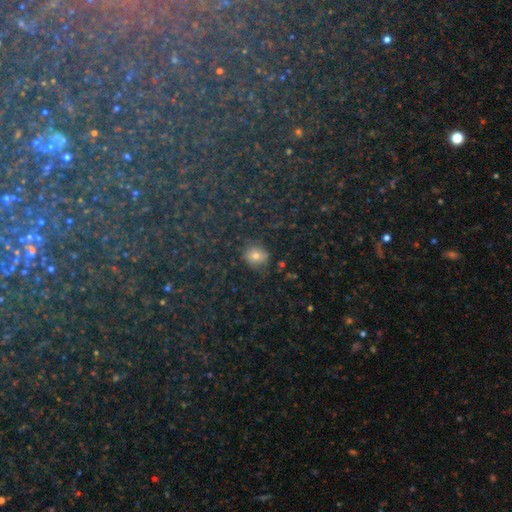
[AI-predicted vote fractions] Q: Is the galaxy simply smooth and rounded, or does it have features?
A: smooth — 53%.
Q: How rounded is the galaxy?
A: round — 59%.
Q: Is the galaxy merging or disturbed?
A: none — 83%.